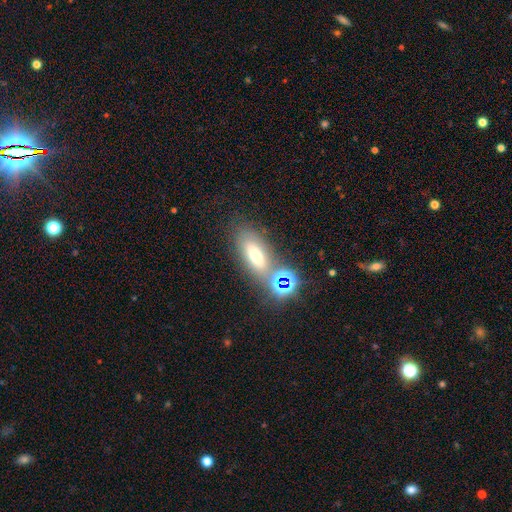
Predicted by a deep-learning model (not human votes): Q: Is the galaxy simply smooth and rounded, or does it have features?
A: smooth — 57%.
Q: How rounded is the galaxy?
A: in between — 72%.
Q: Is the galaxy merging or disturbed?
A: none — 68%.